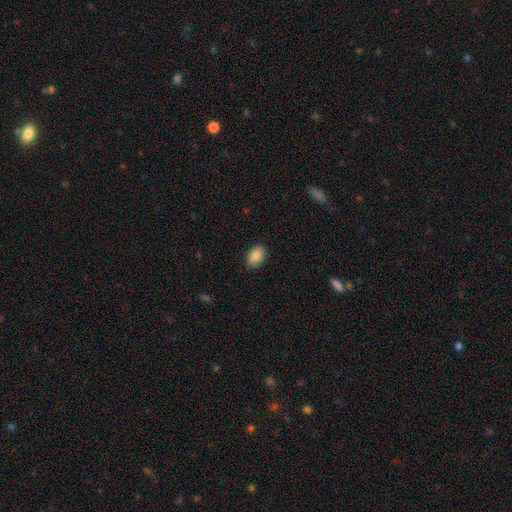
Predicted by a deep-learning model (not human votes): smooth_or_featured: smooth (p=0.88) [alt: star or artifact p=0.07]
how_rounded: in between (p=0.88) [alt: round p=0.11]
merging: none (p=0.88) [alt: minor disturbance p=0.09]